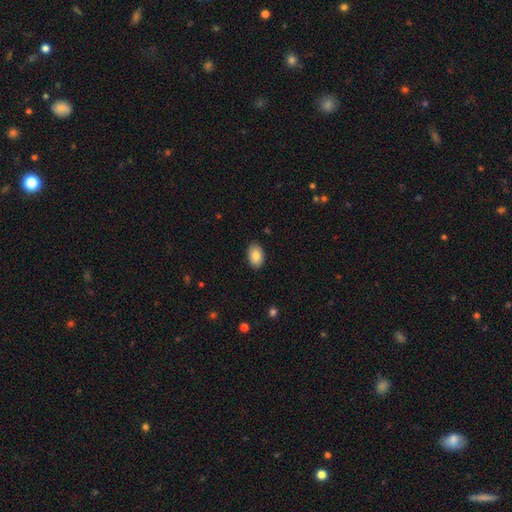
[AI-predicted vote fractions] Q: Smooth or featured?
A: smooth (83%); runner-up: featured or disk (10%)
Q: How rounded?
A: in between (89%); runner-up: round (10%)
Q: Merging?
A: none (87%); runner-up: minor disturbance (10%)